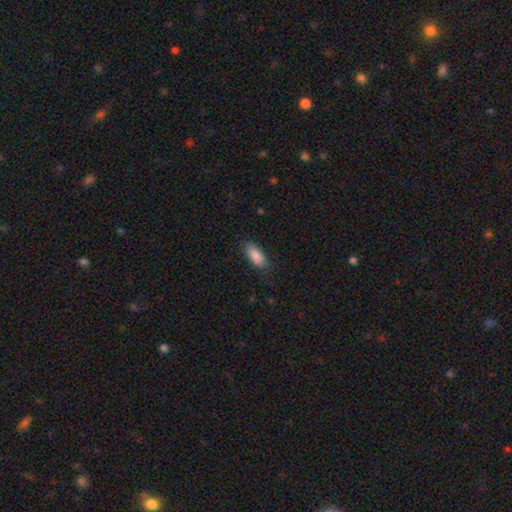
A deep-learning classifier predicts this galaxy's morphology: A smooth galaxy with no disk features (86%) that is in between round and cigar-shaped (86%). Merging: none (81%).